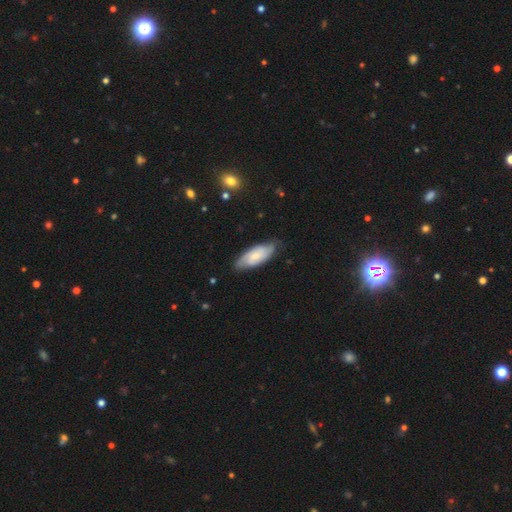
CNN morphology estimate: smooth-or-featured: smooth: 51% | featured or disk: 43% | star or artifact: 6%
  how-rounded: in between: 77% | cigar-shaped: 21% | round: 2%
  merging: none: 73% | minor disturbance: 22% | major disturbance: 4% | merger: 1%